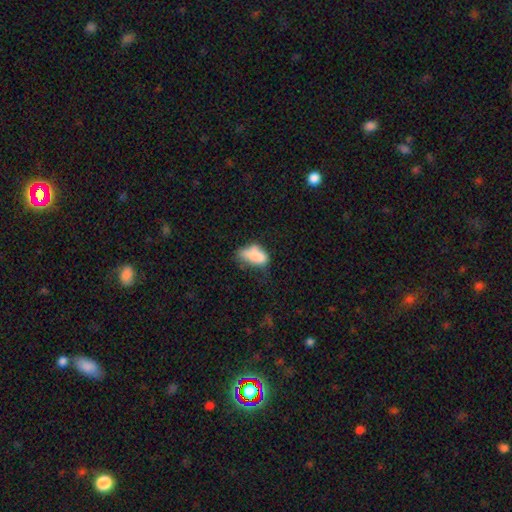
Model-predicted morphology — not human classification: Q: Smooth or featured?
A: smooth (76%); runner-up: featured or disk (14%)
Q: How rounded?
A: in between (90%); runner-up: cigar-shaped (5%)
Q: Merging?
A: minor disturbance (35%); runner-up: none (27%)